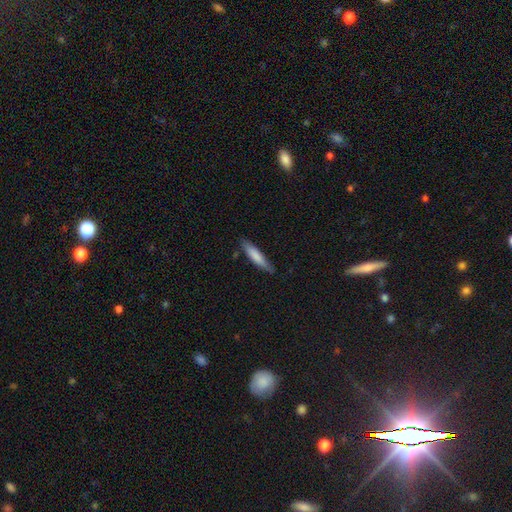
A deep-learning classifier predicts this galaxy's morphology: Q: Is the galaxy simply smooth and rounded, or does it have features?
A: smooth — 76%.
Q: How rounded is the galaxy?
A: cigar-shaped — 84%.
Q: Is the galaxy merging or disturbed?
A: none — 79%.